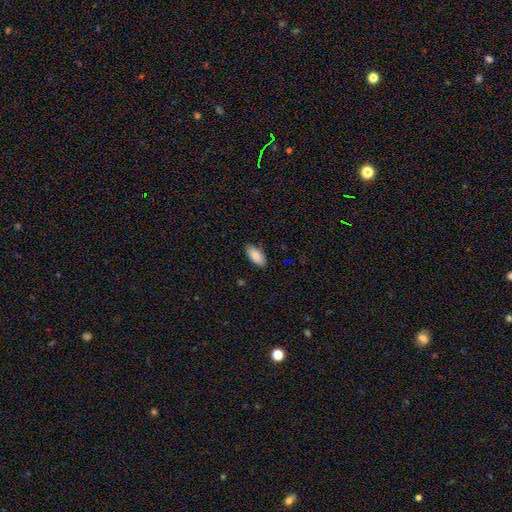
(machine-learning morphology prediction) Overall: smooth (88%). How rounded: in between (90%). Merging: none (88%).